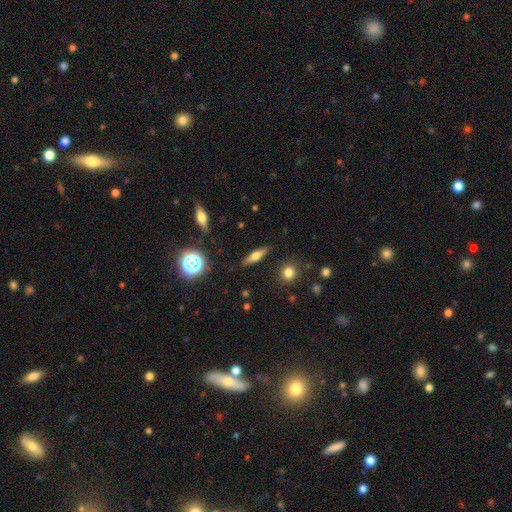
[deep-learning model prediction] Smooth or featured?
  - smooth: 46% *
  - featured or disk: 45%
  - star or artifact: 10%
Merging?
  - none: 87% *
  - minor disturbance: 9%
  - major disturbance: 2%
  - merger: 2%